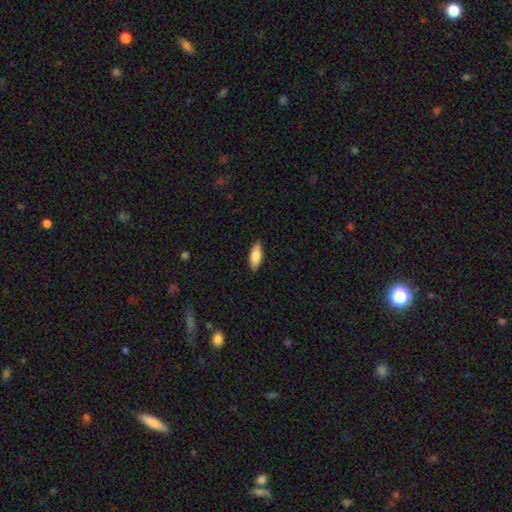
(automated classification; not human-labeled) This appears to be a smooth galaxy with no disk features (81%) that is in between round and cigar-shaped (74%). Merging: none (89%).